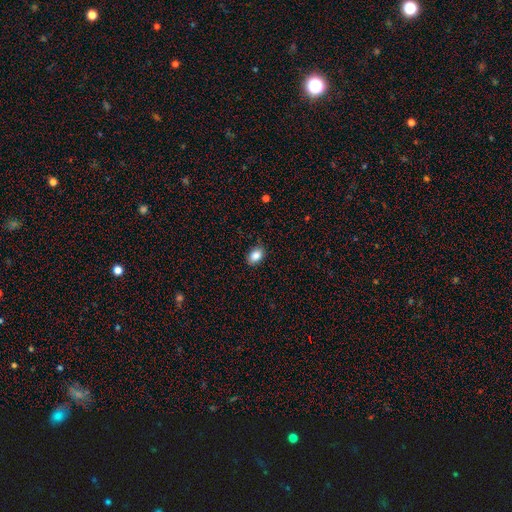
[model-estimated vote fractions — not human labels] Morphology: type=smooth (86%); roundness=in between (79%); merging=none (86%).